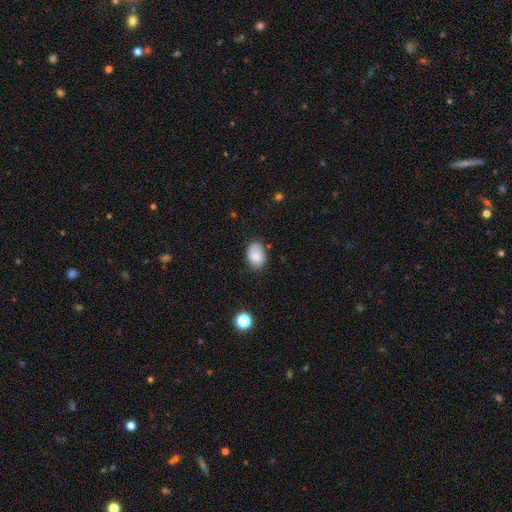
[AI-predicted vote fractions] Smooth or featured?
  - smooth: 80% *
  - featured or disk: 12%
  - star or artifact: 8%
How rounded?
  - in between: 83% *
  - round: 16%
  - cigar-shaped: 1%
Merging?
  - none: 69% *
  - minor disturbance: 24%
  - major disturbance: 5%
  - merger: 3%